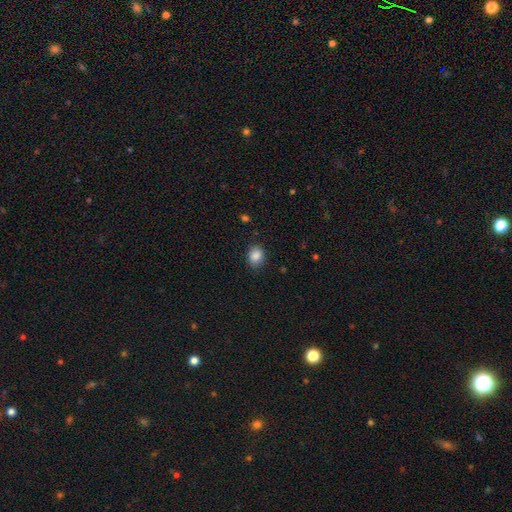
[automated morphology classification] Smooth or featured? smooth (87%)
How rounded? round (55%)
Merging? none (84%)